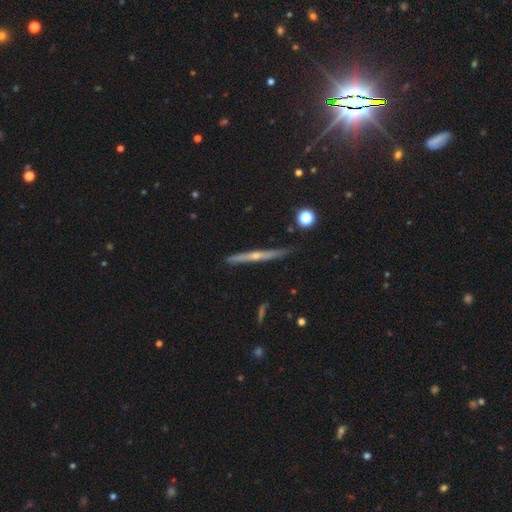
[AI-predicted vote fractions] Smooth or featured? featured or disk (69%)
Edge-on disk? yes (97%)
Edge-on bulge? rounded (73%)
Merging? none (84%)